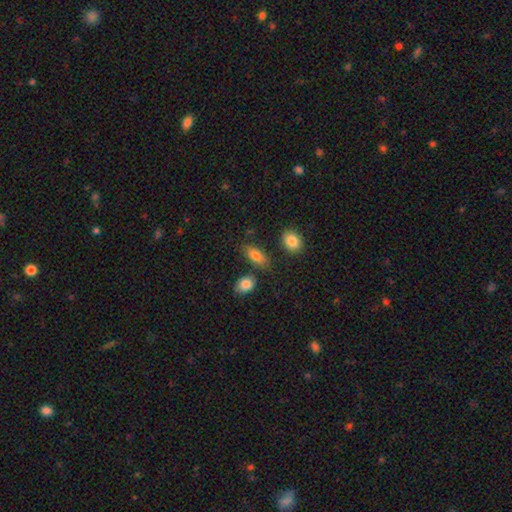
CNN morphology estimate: A smooth galaxy with no disk features (81%) that is in between round and cigar-shaped (86%).

Vote fractions:
- Smooth or featured? smooth: 81% / featured or disk: 11% / star or artifact: 8%
- How rounded? in between: 86% / cigar-shaped: 9% / round: 5%
- Merging? none: 74% / minor disturbance: 15% / merger: 7% / major disturbance: 4%